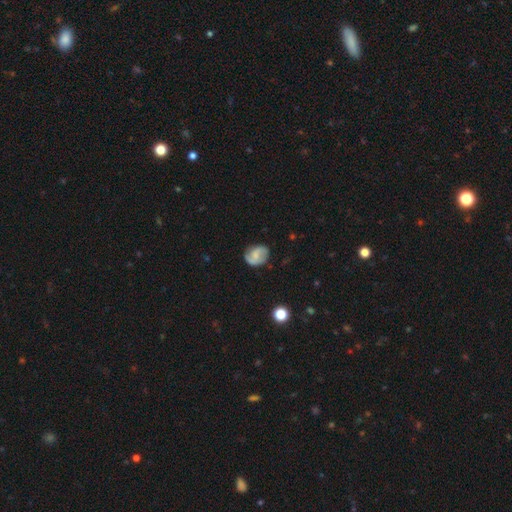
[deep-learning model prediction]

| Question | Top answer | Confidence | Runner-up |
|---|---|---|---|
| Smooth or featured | featured or disk | 51% | smooth (41%) |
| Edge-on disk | no | 97% | yes (3%) |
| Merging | none | 71% | minor disturbance (21%) |